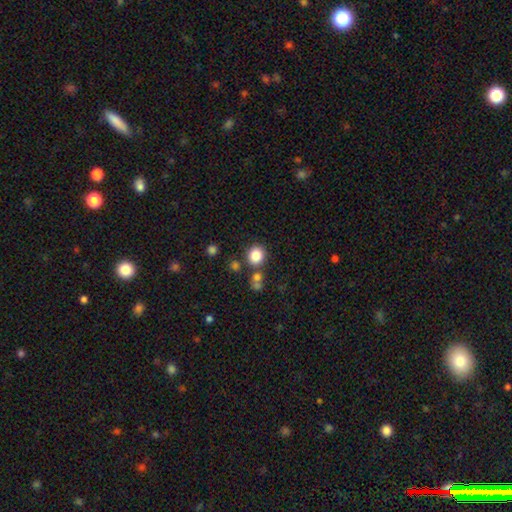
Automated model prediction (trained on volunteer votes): This is clearly a smooth galaxy (83%). How rounded: clearly round (85%). Merging: likely none (78%).